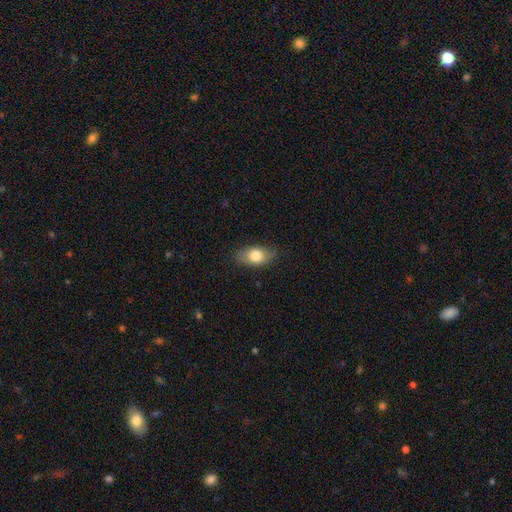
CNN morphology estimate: Overall: smooth (79%). How rounded: in between (86%). Merging: none (80%).